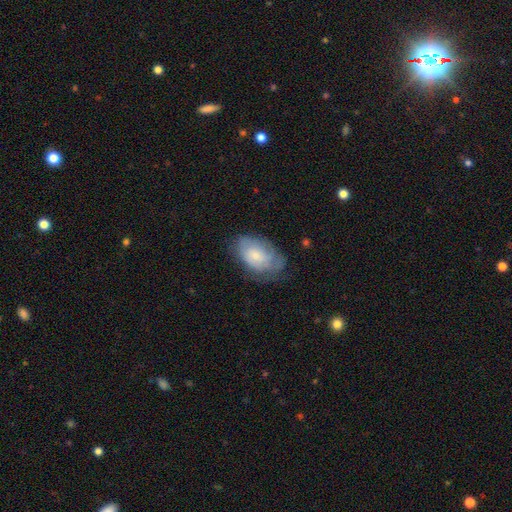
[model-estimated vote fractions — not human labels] smooth 61%, featured or disk 32%, star or artifact 7%. Down the decision tree: how rounded — in between (91%); merging — none (54%).